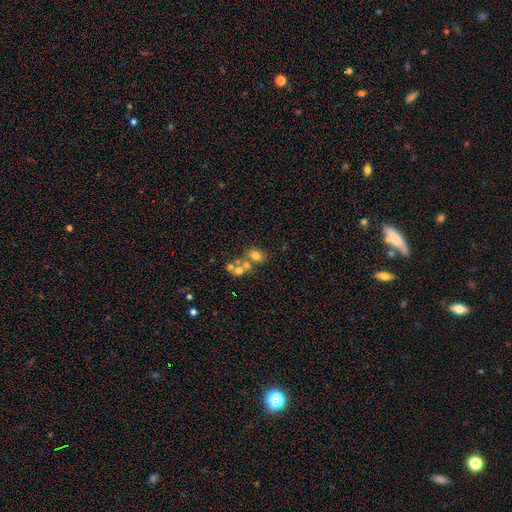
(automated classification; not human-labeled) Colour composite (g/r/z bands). It shows a smooth galaxy with no disk features (66%) that is in between round and cigar-shaped (53%). Merging: merger (42%, tied with none).